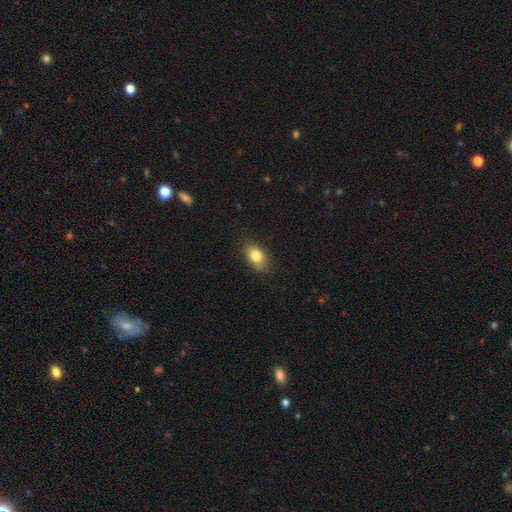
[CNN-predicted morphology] Q: Smooth or featured?
A: smooth (81%); runner-up: featured or disk (10%)
Q: How rounded?
A: in between (82%); runner-up: round (16%)
Q: Merging?
A: none (76%); runner-up: minor disturbance (19%)